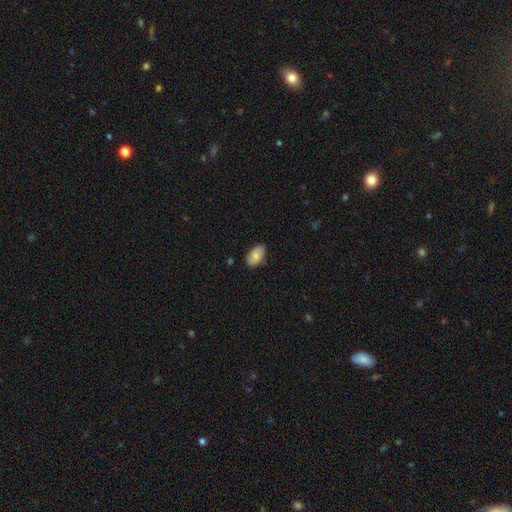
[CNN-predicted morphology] This is likely a smooth galaxy (76%). How rounded: clearly in between (92%). Merging: clearly none (82%).